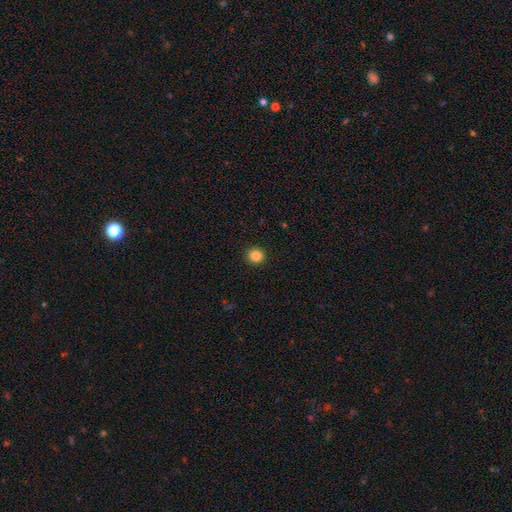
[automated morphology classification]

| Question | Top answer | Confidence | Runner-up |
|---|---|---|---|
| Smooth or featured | smooth | 86% | star or artifact (11%) |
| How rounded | round | 93% | in between (6%) |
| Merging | none | 93% | minor disturbance (5%) |